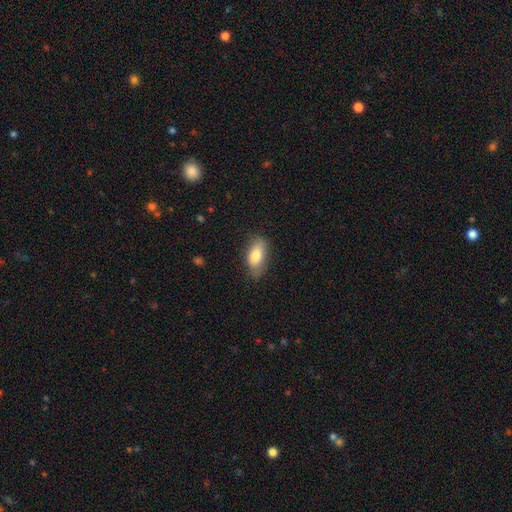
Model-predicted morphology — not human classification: Overall: smooth (78%). How rounded: in between (86%). Merging: none (72%).